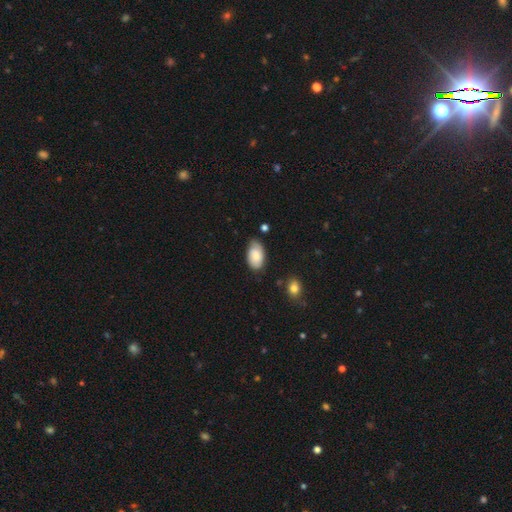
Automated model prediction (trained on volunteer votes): Smooth or featured? smooth (76%)
How rounded? in between (93%)
Merging? none (64%)